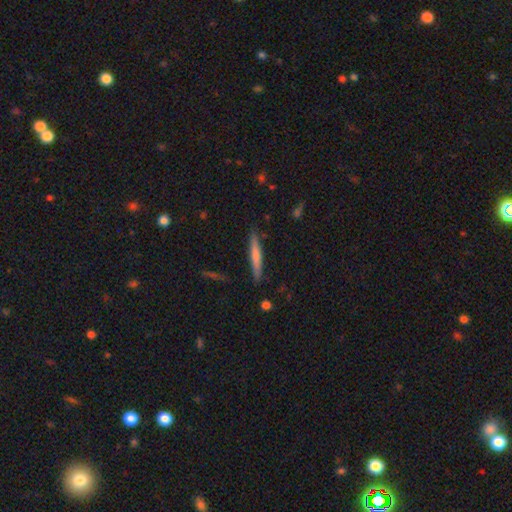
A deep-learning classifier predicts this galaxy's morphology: smooth_or_featured: smooth (p=0.64) [alt: featured or disk p=0.30]
how_rounded: cigar-shaped (p=0.95) [alt: in between p=0.04]
merging: none (p=0.87) [alt: minor disturbance p=0.09]